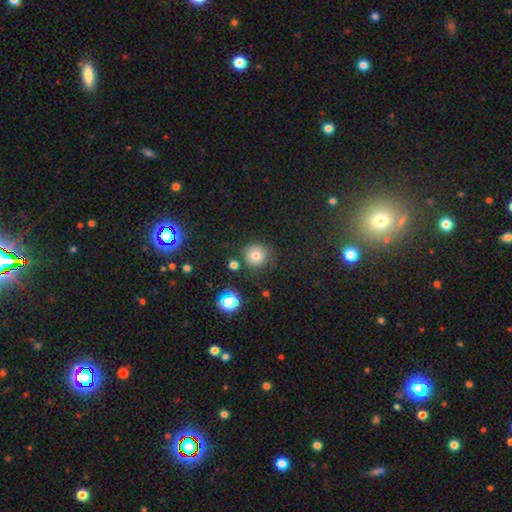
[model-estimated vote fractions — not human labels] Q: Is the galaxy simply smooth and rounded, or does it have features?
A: smooth — 75%.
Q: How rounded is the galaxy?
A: round — 93%.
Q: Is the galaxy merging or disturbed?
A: none — 81%.